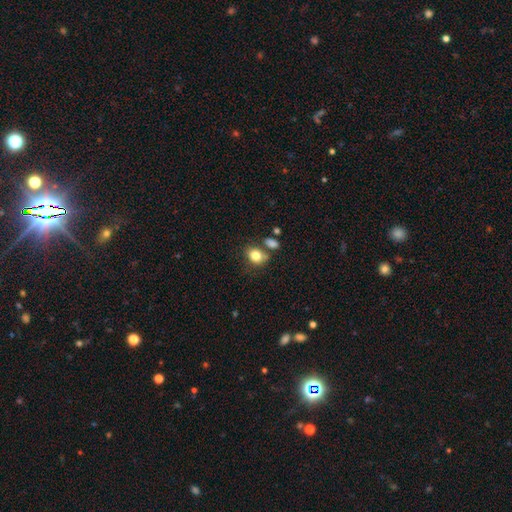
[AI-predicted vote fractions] smooth_or_featured: smooth (p=0.82) [alt: star or artifact p=0.10]
how_rounded: in between (p=0.53) [alt: round p=0.46]
merging: none (p=0.58) [alt: merger p=0.20]